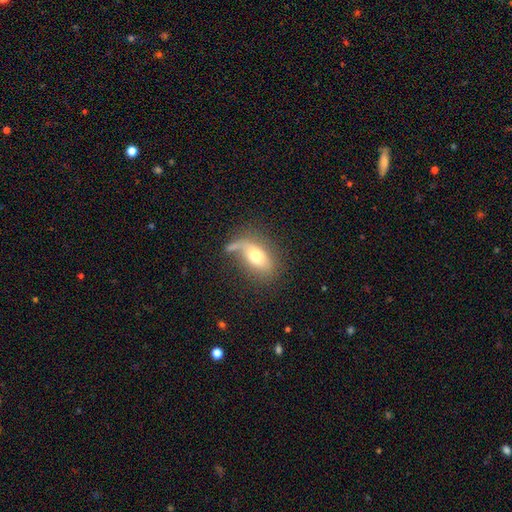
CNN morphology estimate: Smooth or featured?
  - smooth: 60% *
  - featured or disk: 31%
  - star or artifact: 9%
How rounded?
  - in between: 81% *
  - round: 10%
  - cigar-shaped: 9%
Merging?
  - none: 44% *
  - major disturbance: 20%
  - minor disturbance: 20%
  - merger: 16%